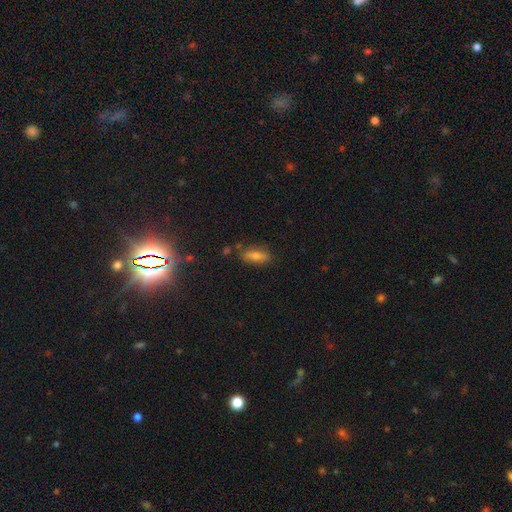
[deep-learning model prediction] This is possibly a smooth galaxy (57%). How rounded: likely in between (66%). Merging: likely none (75%).